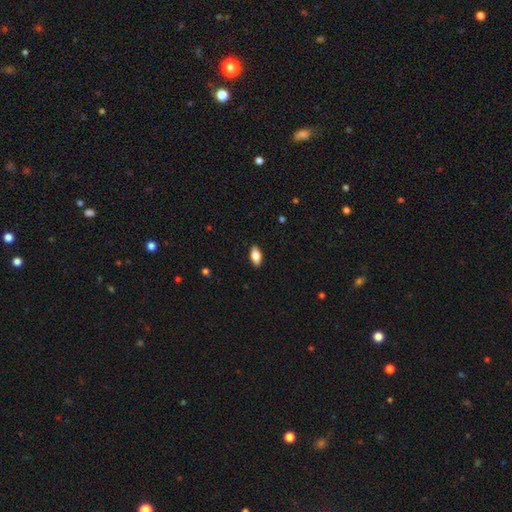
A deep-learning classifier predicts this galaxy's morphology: A smooth galaxy with no disk features (77%) that is in between round and cigar-shaped (87%).

Vote fractions:
- Smooth or featured? smooth: 77% / featured or disk: 16% / star or artifact: 7%
- How rounded? in between: 87% / cigar-shaped: 10% / round: 3%
- Merging? none: 89% / minor disturbance: 8% / major disturbance: 2% / merger: 1%